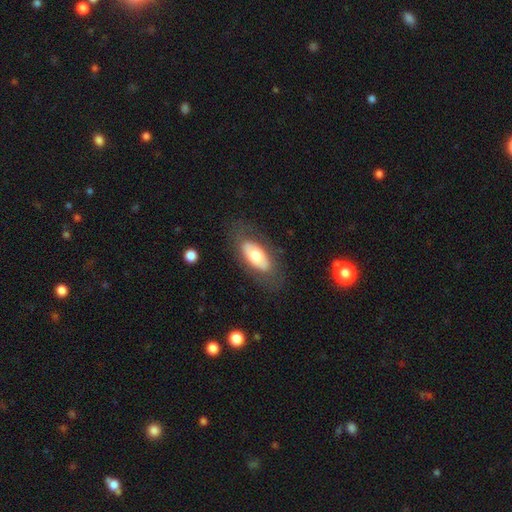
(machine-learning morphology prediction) Smooth or featured?
  - smooth: 58% *
  - featured or disk: 36%
  - star or artifact: 6%
How rounded?
  - in between: 89% *
  - cigar-shaped: 8%
  - round: 3%
Merging?
  - none: 77% *
  - minor disturbance: 14%
  - major disturbance: 8%
  - merger: 1%